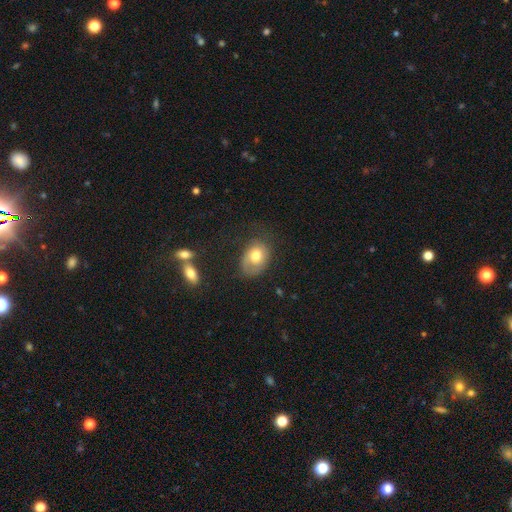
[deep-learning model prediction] smooth-or-featured: smooth: 65% | featured or disk: 27% | star or artifact: 8%
  how-rounded: in between: 73% | round: 26% | cigar-shaped: 1%
  merging: none: 54% | minor disturbance: 27% | major disturbance: 17% | merger: 3%